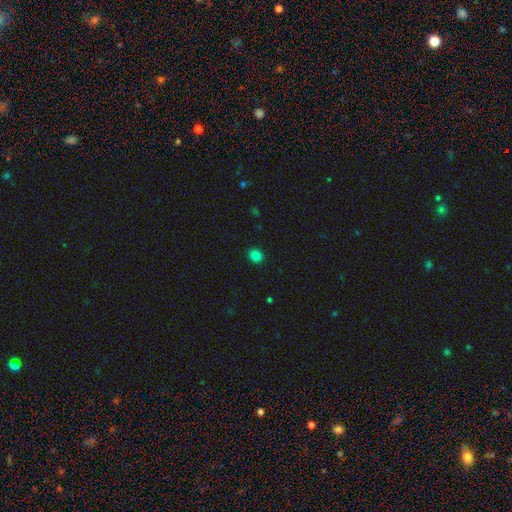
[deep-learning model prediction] smooth-or-featured: smooth: 83% | star or artifact: 13% | featured or disk: 5%
  how-rounded: round: 75% | in between: 24% | cigar-shaped: 1%
  merging: none: 91% | minor disturbance: 6% | major disturbance: 2% | merger: 1%